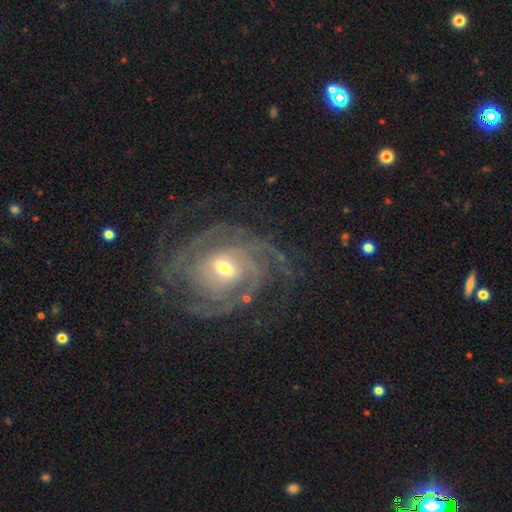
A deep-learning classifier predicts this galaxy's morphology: This is clearly a featured or disk galaxy (89%). It is clearly not viewed edge-on (97%). Bar: possibly no (52%). Spiral arm pattern: clearly yes (97%). Spiral arm count: marginally can't tell (26%). Spiral winding: likely tight (65%). Central bulge: possibly moderate (58%). Merging: likely none (72%).